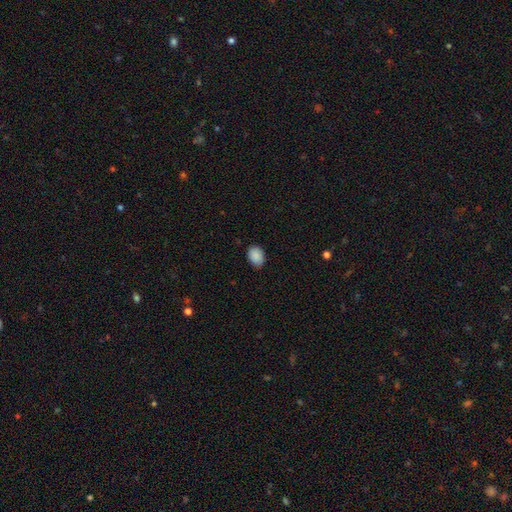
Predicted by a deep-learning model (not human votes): This appears to be a smooth galaxy with no disk features (90%) that is in between round and cigar-shaped (75%). Merging: none (82%).